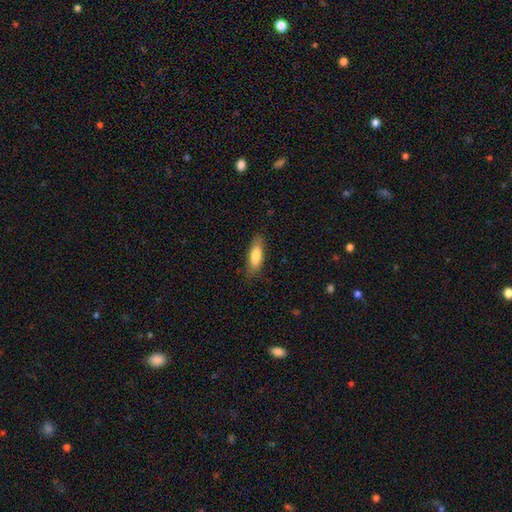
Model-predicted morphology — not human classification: type=smooth (80%); roundness=in between (58%); merging=none (82%).